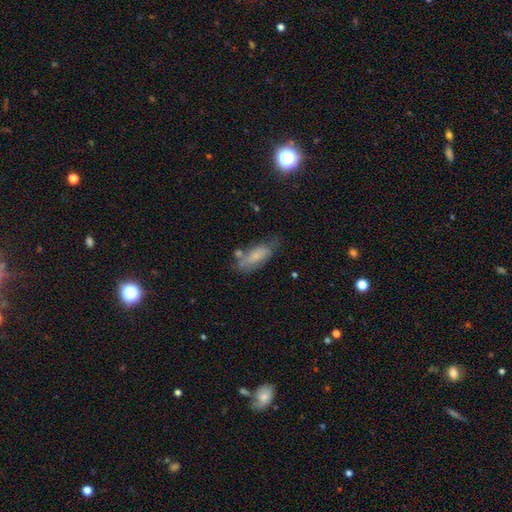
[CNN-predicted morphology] smooth-or-featured: smooth: 68% | featured or disk: 23% | star or artifact: 9%
  how-rounded: in between: 71% | cigar-shaped: 26% | round: 3%
  merging: none: 58% | minor disturbance: 25% | merger: 9% | major disturbance: 8%